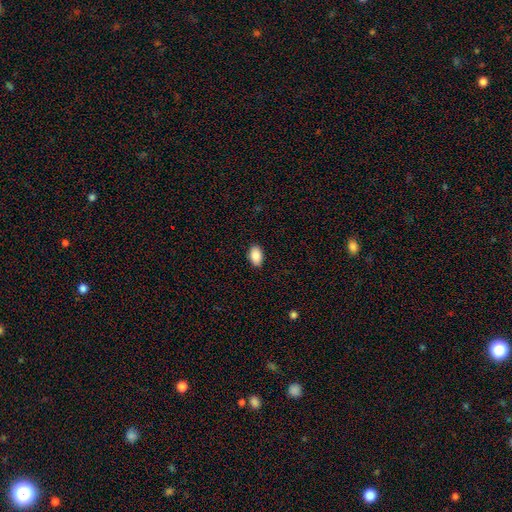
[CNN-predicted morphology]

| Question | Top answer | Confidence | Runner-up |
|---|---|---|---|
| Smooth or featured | smooth | 90% | star or artifact (7%) |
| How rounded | in between | 92% | round (7%) |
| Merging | none | 89% | minor disturbance (8%) |